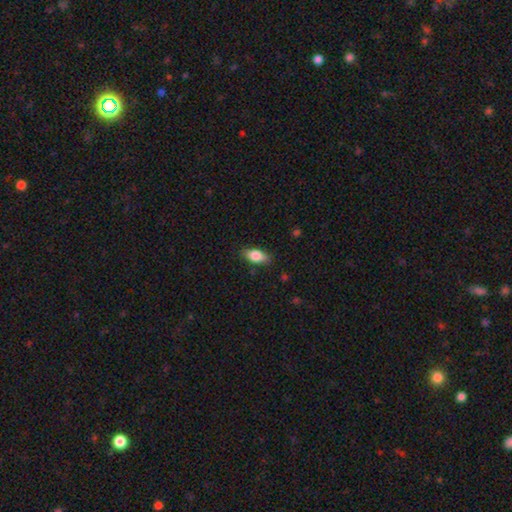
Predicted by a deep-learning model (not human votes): A smooth galaxy with no disk features (79%) that is in between round and cigar-shaped (86%).

Vote fractions:
- Smooth or featured? smooth: 79% / featured or disk: 14% / star or artifact: 7%
- How rounded? in between: 86% / cigar-shaped: 9% / round: 5%
- Merging? none: 83% / minor disturbance: 13% / major disturbance: 3% / merger: 1%